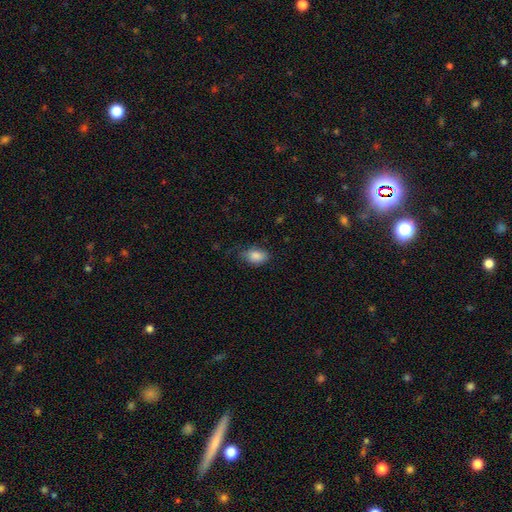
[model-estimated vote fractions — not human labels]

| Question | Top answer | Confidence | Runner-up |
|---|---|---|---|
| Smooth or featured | smooth | 85% | star or artifact (8%) |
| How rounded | in between | 86% | round (12%) |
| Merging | none | 63% | minor disturbance (28%) |